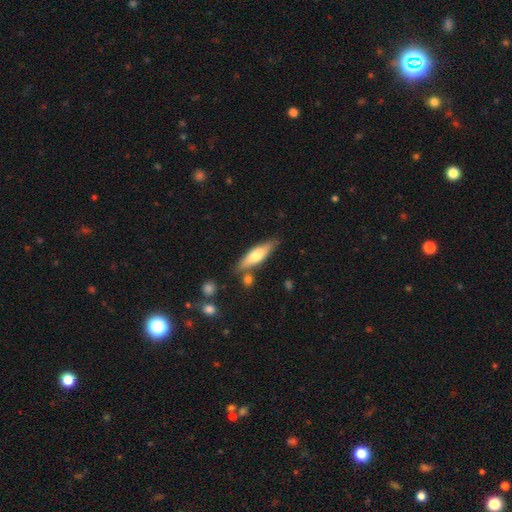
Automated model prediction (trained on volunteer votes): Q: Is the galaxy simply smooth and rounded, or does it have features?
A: smooth — 55%.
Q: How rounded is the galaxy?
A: cigar-shaped — 62%.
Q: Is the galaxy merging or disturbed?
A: none — 77%.